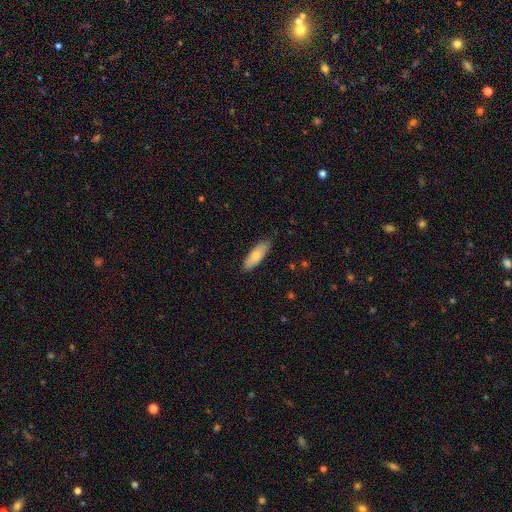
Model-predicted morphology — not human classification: type=smooth (73%); roundness=in between (61%); merging=none (85%).